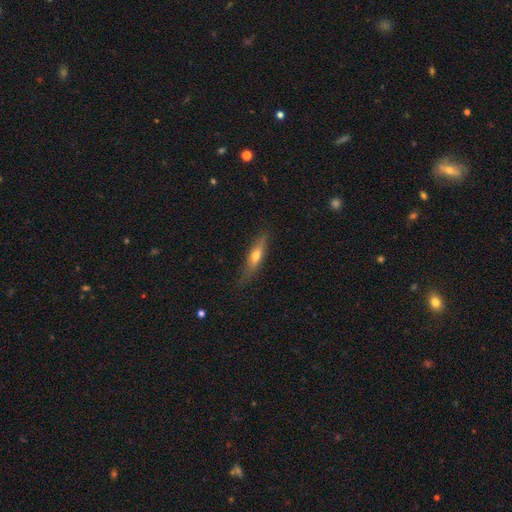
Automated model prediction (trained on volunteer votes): Smooth or featured? Predicted: featured or disk (p=0.47). Merging? Predicted: none (p=0.79).